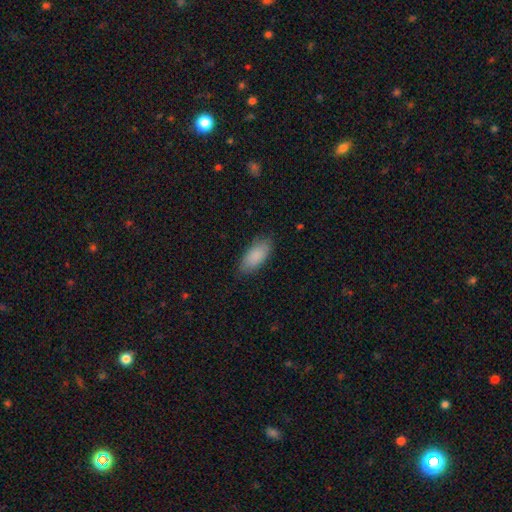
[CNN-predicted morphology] Overall: smooth (88%). How rounded: in between (89%). Merging: none (82%).